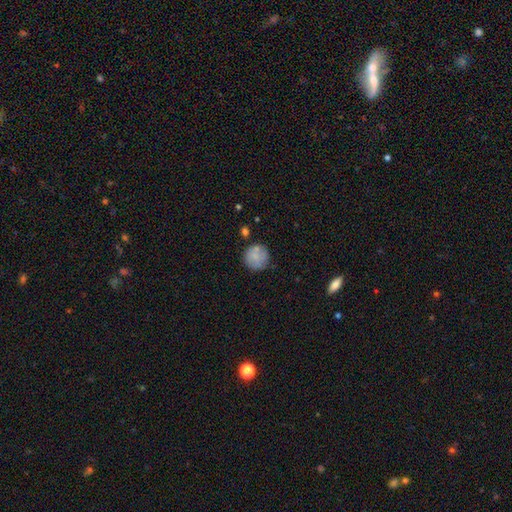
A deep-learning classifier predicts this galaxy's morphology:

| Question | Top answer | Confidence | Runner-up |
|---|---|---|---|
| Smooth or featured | smooth | 75% | featured or disk (17%) |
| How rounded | round | 92% | in between (7%) |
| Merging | none | 71% | minor disturbance (17%) |